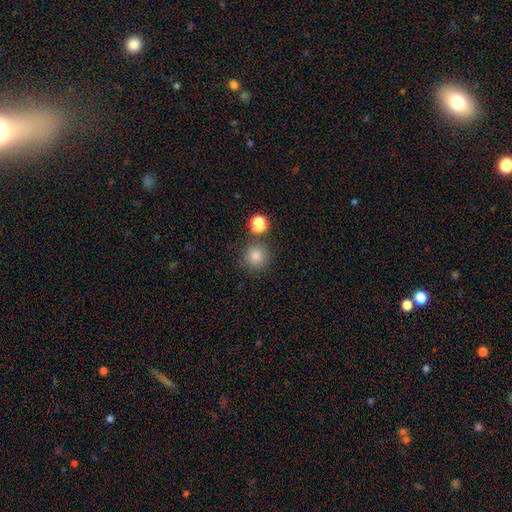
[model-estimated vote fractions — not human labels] Q: Smooth or featured?
A: smooth (82%); runner-up: star or artifact (12%)
Q: How rounded?
A: round (94%); runner-up: in between (5%)
Q: Merging?
A: none (80%); runner-up: merger (9%)